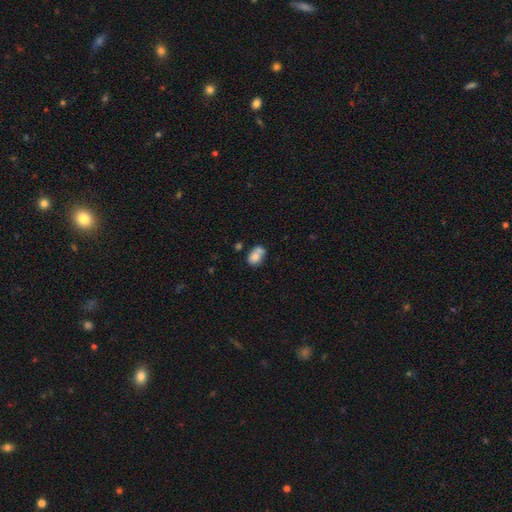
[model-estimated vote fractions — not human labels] Smooth or featured? smooth (77%)
How rounded? in between (71%)
Merging? merger (40%)